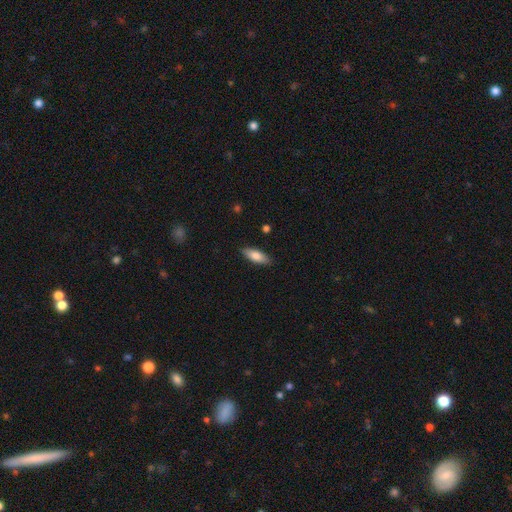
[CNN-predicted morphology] This appears to be a smooth galaxy with no disk features (79%) that is in between round and cigar-shaped (69%). Merging: none (88%).